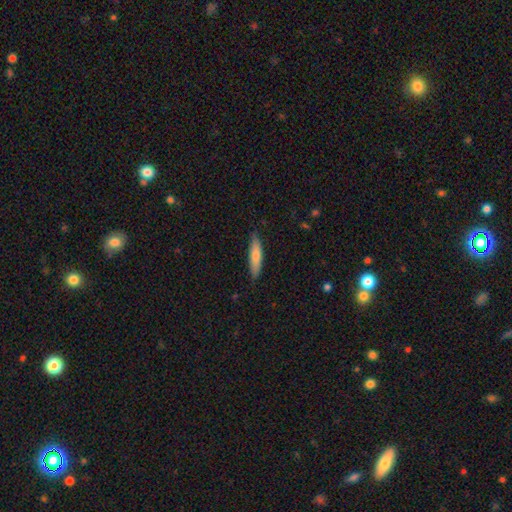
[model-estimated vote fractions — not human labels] Overall: smooth (73%). How rounded: cigar-shaped (79%). Merging: none (84%).